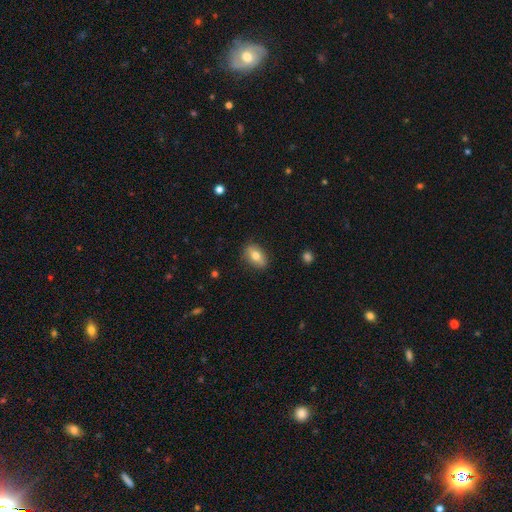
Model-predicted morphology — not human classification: smooth-or-featured: smooth: 72% | featured or disk: 20% | star or artifact: 7%
  how-rounded: in between: 86% | round: 11% | cigar-shaped: 4%
  merging: none: 86% | minor disturbance: 11% | major disturbance: 2% | merger: 1%